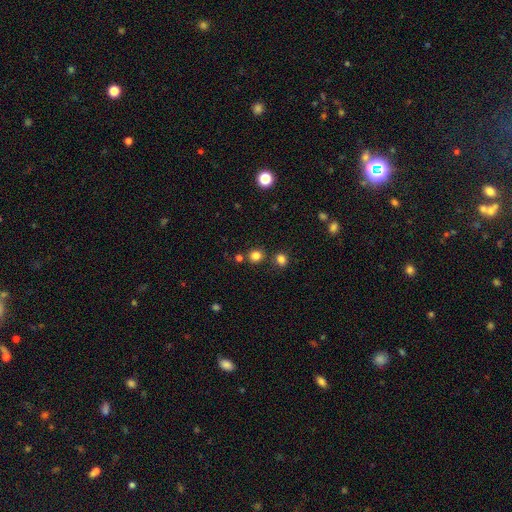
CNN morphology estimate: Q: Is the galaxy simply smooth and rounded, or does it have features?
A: smooth — 81%.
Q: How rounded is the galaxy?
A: round — 83%.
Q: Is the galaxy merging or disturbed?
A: none — 78%.